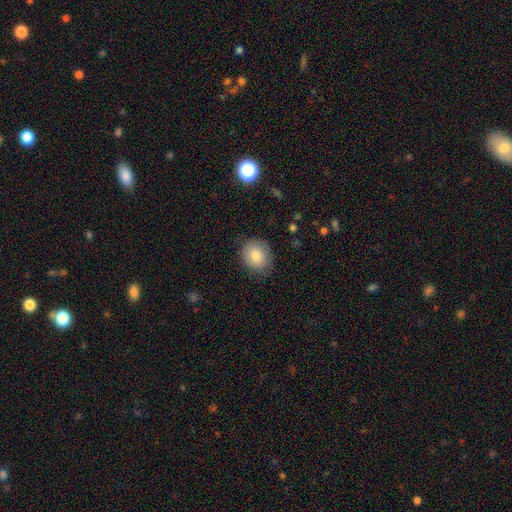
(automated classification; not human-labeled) A smooth galaxy with no disk features (84%) that is round (68%).

Vote fractions:
- Smooth or featured? smooth: 84% / featured or disk: 8% / star or artifact: 8%
- How rounded? round: 68% / in between: 32% / cigar-shaped: 1%
- Merging? none: 79% / minor disturbance: 16% / major disturbance: 4% / merger: 1%